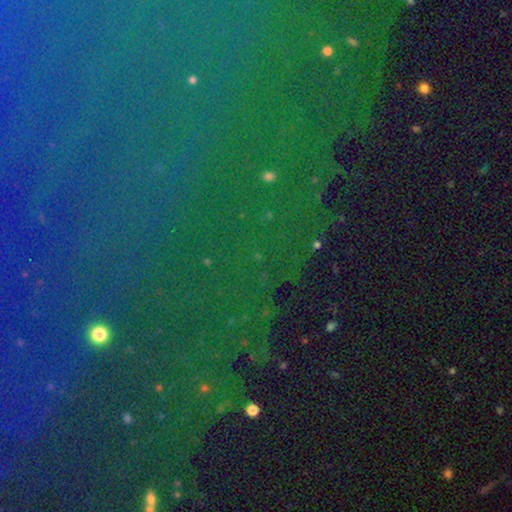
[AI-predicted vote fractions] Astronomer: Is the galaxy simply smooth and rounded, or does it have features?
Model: star or artifact — 82%.